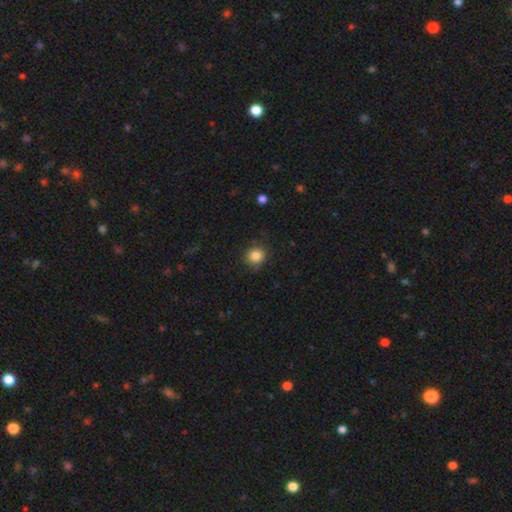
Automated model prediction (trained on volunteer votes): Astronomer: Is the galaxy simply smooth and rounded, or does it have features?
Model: smooth — 84%.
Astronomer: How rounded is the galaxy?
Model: round — 89%.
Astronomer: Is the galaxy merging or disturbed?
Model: none — 84%.